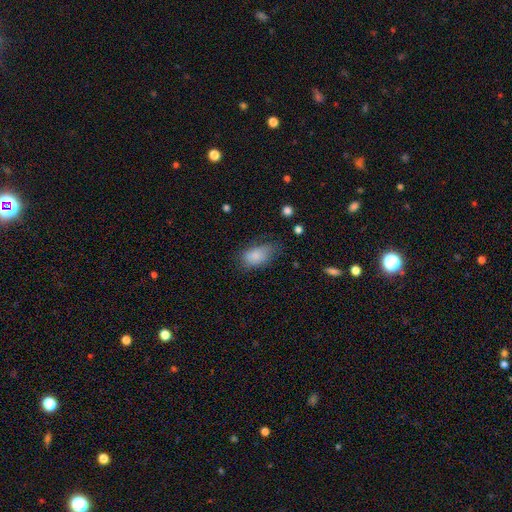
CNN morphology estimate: Smooth or featured? smooth (84%)
How rounded? in between (91%)
Merging? none (55%)